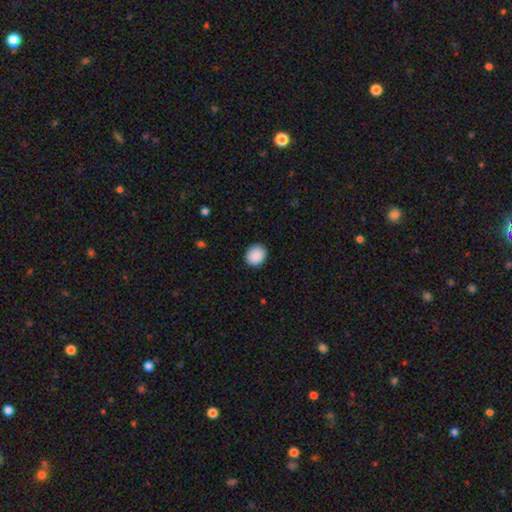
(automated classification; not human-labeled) smooth_or_featured: smooth (p=0.90) [alt: star or artifact p=0.08]
how_rounded: round (p=0.79) [alt: in between p=0.20]
merging: none (p=0.89) [alt: minor disturbance p=0.08]